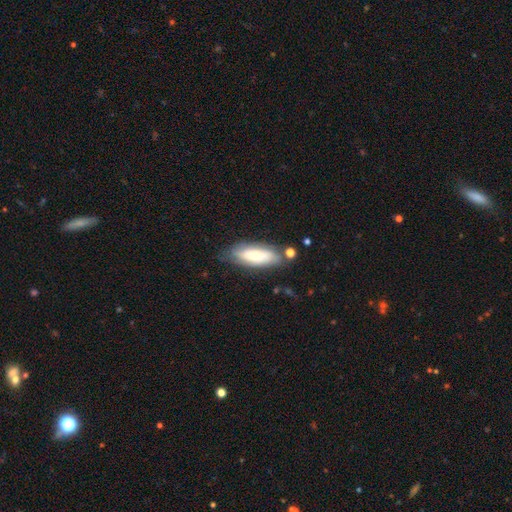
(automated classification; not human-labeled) This is possibly a smooth galaxy (57%). How rounded: likely in between (70%). Merging: likely none (69%).